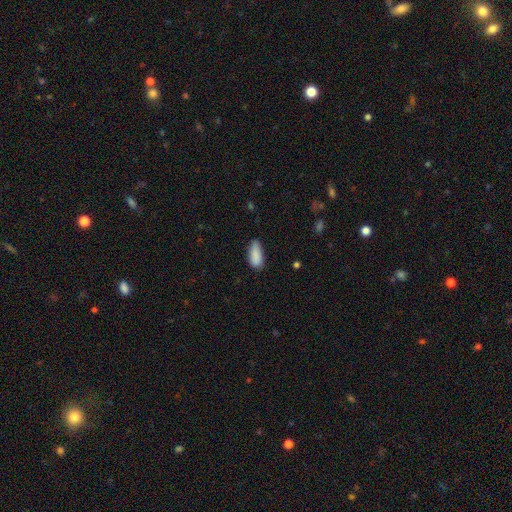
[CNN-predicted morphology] Smooth or featured: smooth — 88% (star or artifact — 7%)
How rounded: in between — 80% (cigar-shaped — 18%)
Merging: none — 66% (minor disturbance — 28%)